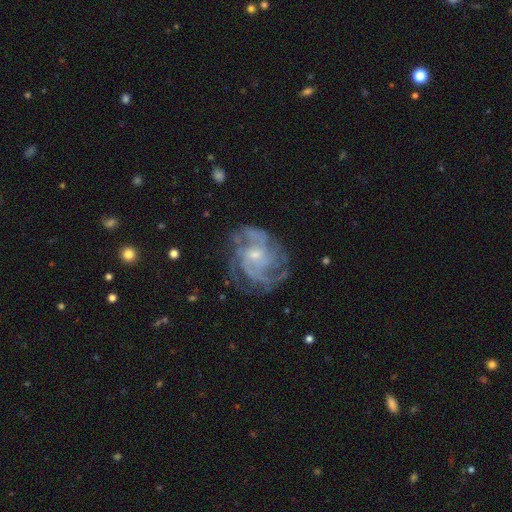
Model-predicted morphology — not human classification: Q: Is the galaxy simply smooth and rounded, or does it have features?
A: featured or disk — 86%.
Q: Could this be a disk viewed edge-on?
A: no — 98%.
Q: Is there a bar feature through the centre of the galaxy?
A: no — 61%.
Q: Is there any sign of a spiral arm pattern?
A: yes — 94%.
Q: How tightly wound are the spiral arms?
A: tight — 45%.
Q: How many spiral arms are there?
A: can't tell — 25%, tied with 3.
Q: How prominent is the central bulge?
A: small — 69%.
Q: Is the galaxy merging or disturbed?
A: none — 66%.